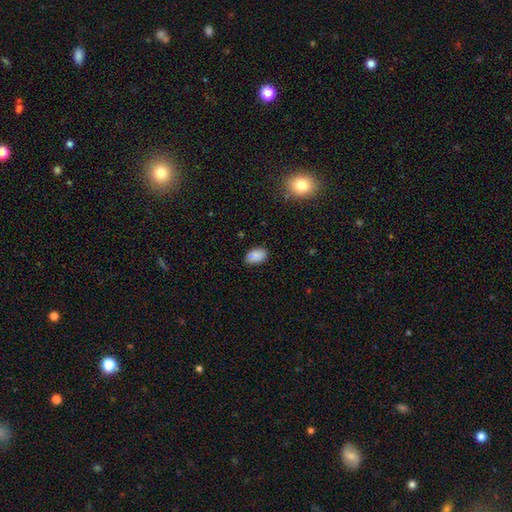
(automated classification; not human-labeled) smooth_or_featured: smooth (p=0.86) [alt: star or artifact p=0.08]
how_rounded: in between (p=0.91) [alt: round p=0.08]
merging: none (p=0.83) [alt: minor disturbance p=0.14]